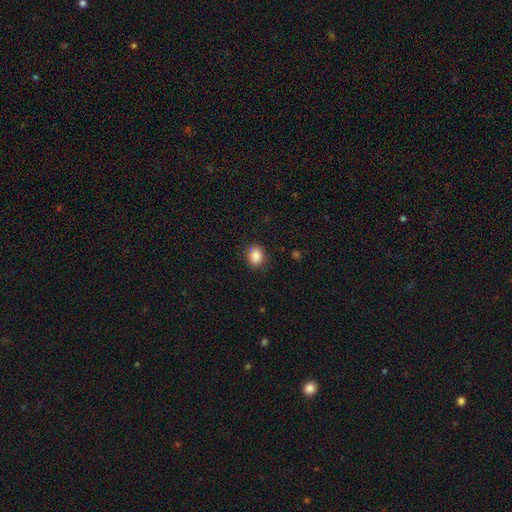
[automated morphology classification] Smooth or featured? Predicted: smooth (p=0.87). How rounded? Predicted: in between (p=0.56). Merging? Predicted: none (p=0.84).